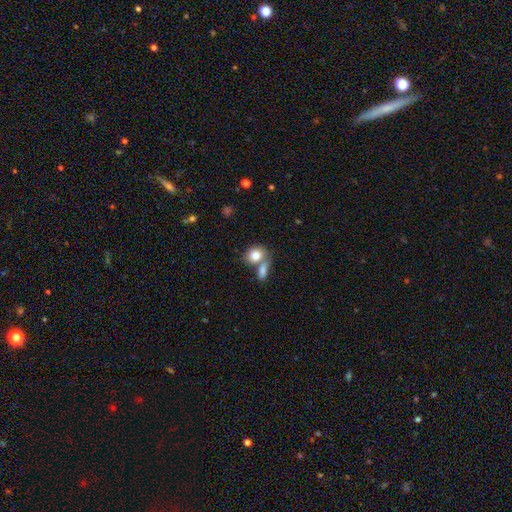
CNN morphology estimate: Smooth or featured? Predicted: smooth (p=0.82). How rounded? Predicted: in between (p=0.58). Merging? Predicted: merger (p=0.50).